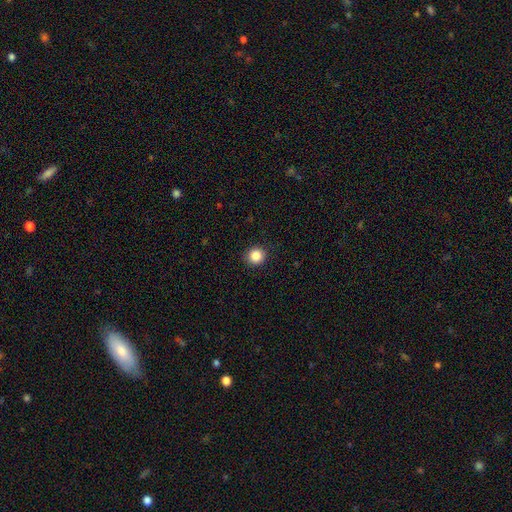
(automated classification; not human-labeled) smooth-or-featured: smooth: 87% | star or artifact: 10% | featured or disk: 3%
  how-rounded: round: 92% | in between: 7% | cigar-shaped: 1%
  merging: none: 91% | minor disturbance: 6% | major disturbance: 2% | merger: 1%